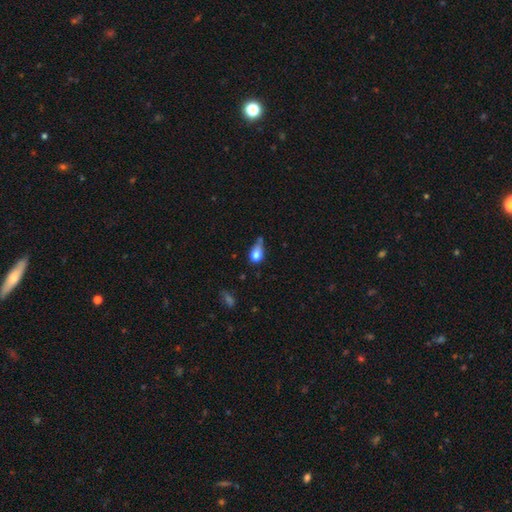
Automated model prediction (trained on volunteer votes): The model was most divided on "merging": minor disturbance: 38%, none: 33%, major disturbance: 15%, merger: 13%. More confident: smooth or featured — smooth (79%); how rounded — in between (68%).